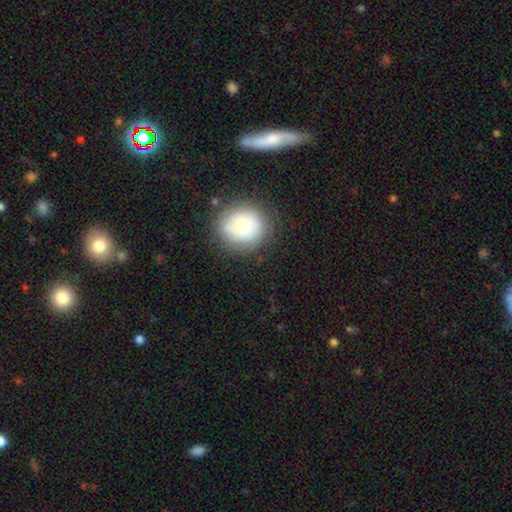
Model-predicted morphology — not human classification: Q: Smooth or featured?
A: smooth (50%); runner-up: featured or disk (26%)
Q: How rounded?
A: round (88%); runner-up: in between (9%)
Q: Merging?
A: none (85%); runner-up: minor disturbance (9%)